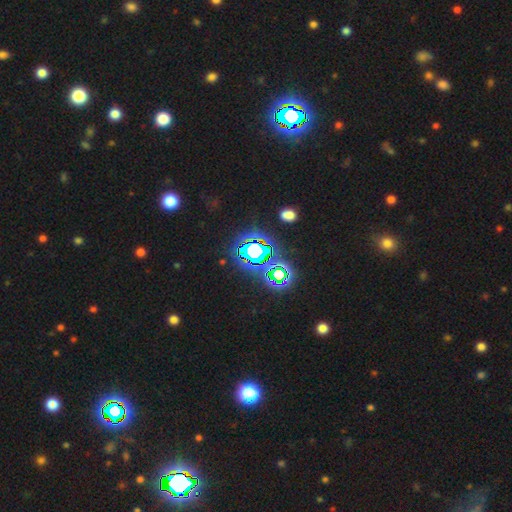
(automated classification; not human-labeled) The model was most divided on "smooth or featured": star or artifact: 81%, smooth: 12%, featured or disk: 7%.